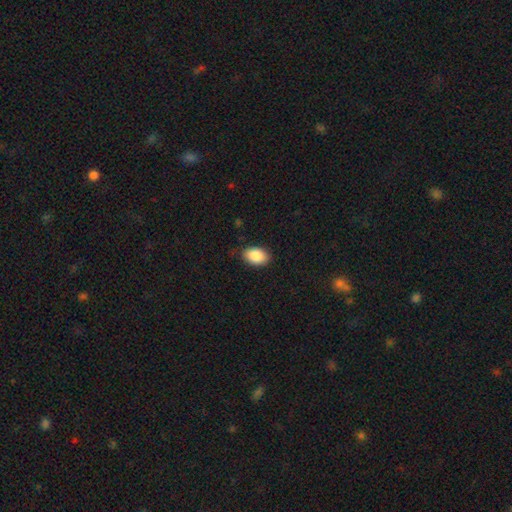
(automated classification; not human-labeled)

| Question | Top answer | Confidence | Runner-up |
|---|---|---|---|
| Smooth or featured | smooth | 89% | star or artifact (7%) |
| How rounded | in between | 88% | round (11%) |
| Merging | none | 83% | minor disturbance (13%) |